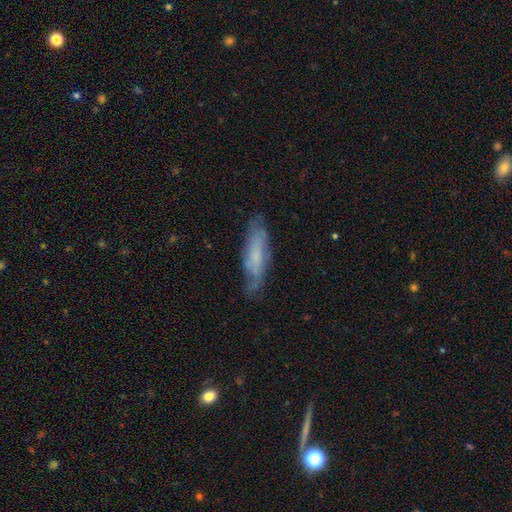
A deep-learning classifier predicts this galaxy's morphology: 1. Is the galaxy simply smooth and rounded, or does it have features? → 48% smooth, 44% featured or disk, 8% star or artifact.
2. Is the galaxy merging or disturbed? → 68% none, 23% minor disturbance, 7% major disturbance, 2% merger.